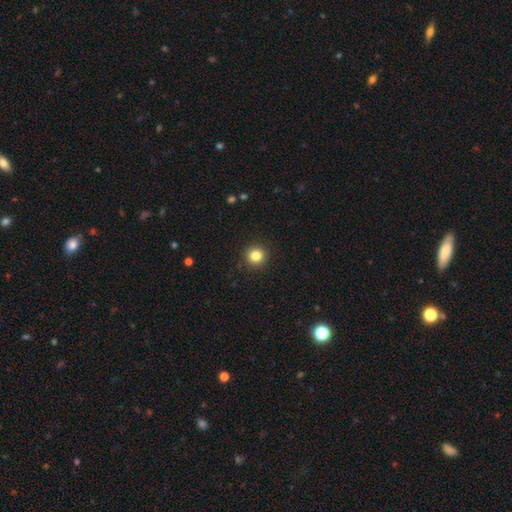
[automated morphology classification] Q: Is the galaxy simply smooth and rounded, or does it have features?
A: smooth — 83%.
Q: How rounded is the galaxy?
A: round — 93%.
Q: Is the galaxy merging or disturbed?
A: none — 92%.